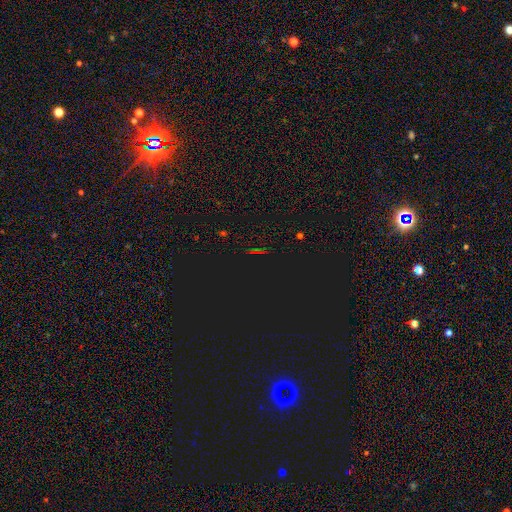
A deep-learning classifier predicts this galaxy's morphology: A star or artifact, not a galaxy (76%).